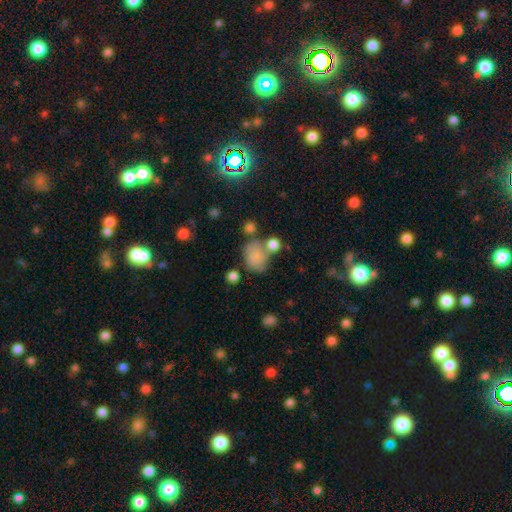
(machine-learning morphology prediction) smooth-or-featured: smooth: 72% | featured or disk: 17% | star or artifact: 11%
  how-rounded: in between: 50% | round: 48% | cigar-shaped: 1%
  merging: none: 42% | minor disturbance: 22% | merger: 22% | major disturbance: 14%